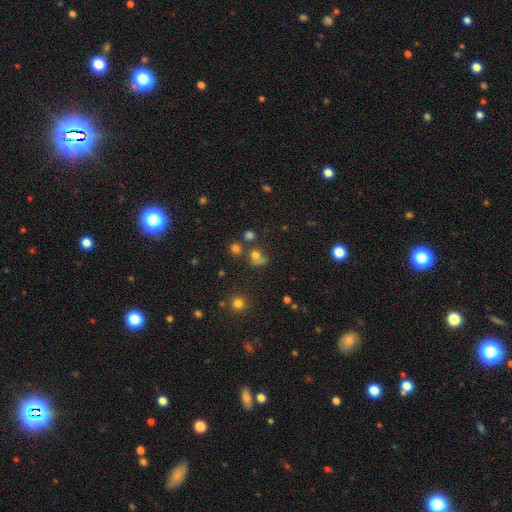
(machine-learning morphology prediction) Overall: smooth (66%). How rounded: round (77%). Merging: none (47%; merger 19%).